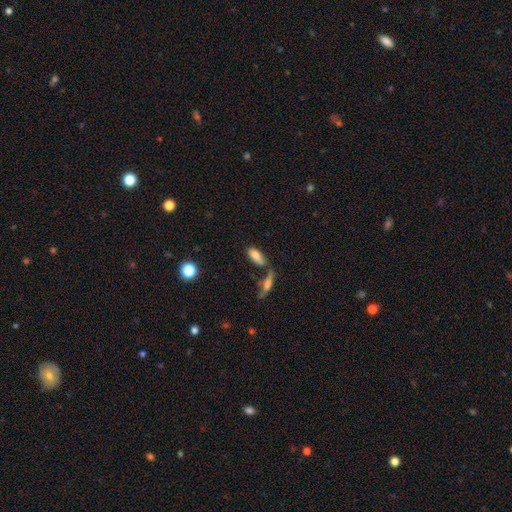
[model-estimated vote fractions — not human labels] smooth_or_featured: smooth (p=0.78) [alt: featured or disk p=0.14]
how_rounded: in between (p=0.76) [alt: cigar-shaped p=0.21]
merging: none (p=0.56) [alt: merger p=0.23]